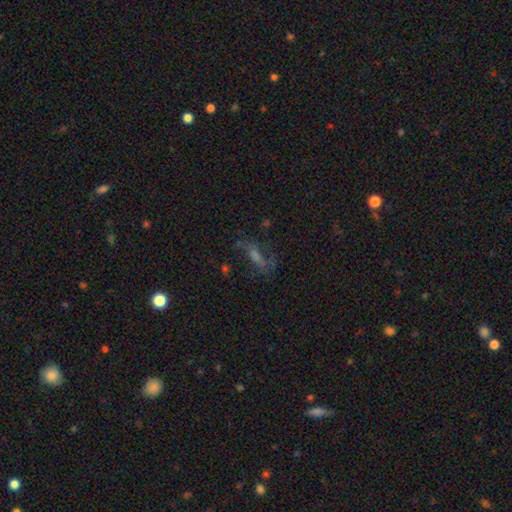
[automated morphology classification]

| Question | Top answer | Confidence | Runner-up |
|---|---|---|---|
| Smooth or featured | featured or disk | 46% | star or artifact (29%) |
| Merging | none | 61% | major disturbance (18%) |